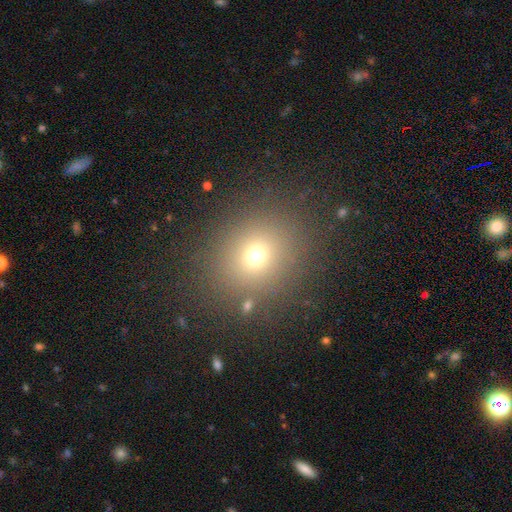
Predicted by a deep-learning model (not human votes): smooth_or_featured: smooth (p=0.69) [alt: star or artifact p=0.22]
how_rounded: round (p=0.76) [alt: in between p=0.23]
merging: none (p=0.87) [alt: minor disturbance p=0.07]